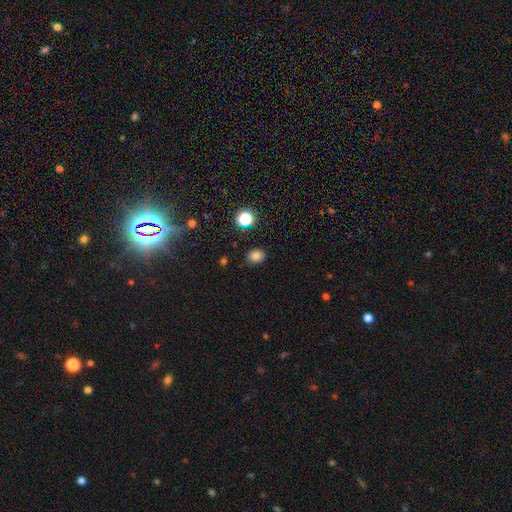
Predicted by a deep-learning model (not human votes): Morphology: type=smooth (80%); roundness=in between (51%); merging=none (85%).